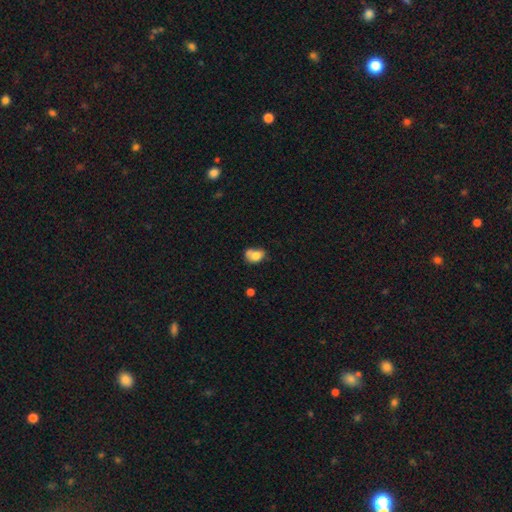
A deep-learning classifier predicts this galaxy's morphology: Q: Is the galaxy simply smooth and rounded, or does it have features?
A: smooth — 72%.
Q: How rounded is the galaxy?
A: in between — 68%.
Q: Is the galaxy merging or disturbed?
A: none — 33%.